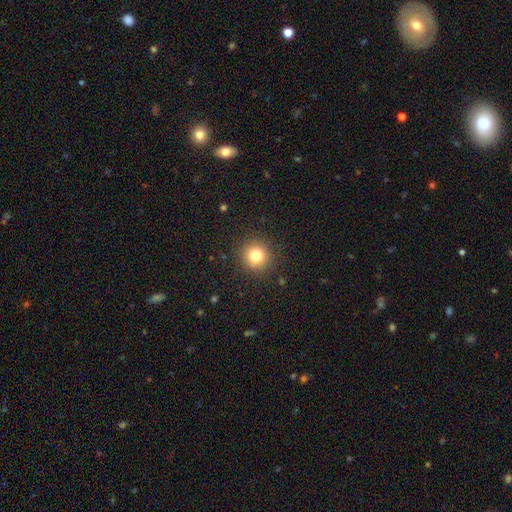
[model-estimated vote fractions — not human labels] Smooth or featured? Predicted: smooth (p=0.80). How rounded? Predicted: round (p=0.93). Merging? Predicted: none (p=0.90).